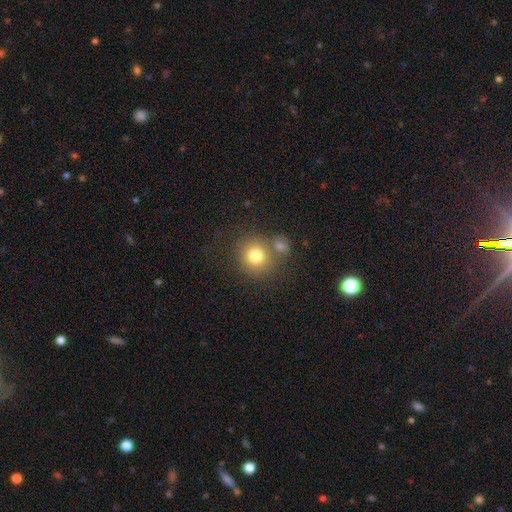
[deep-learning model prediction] This appears to be a smooth galaxy with no disk features (78%) that is round (90%). Merging: none (64%).